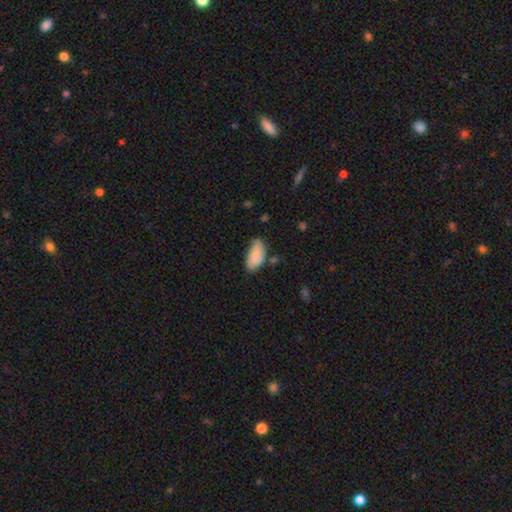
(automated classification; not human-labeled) smooth 81%, featured or disk 13%, star or artifact 7%. Down the decision tree: how rounded — in between (93%); merging — none (53%).